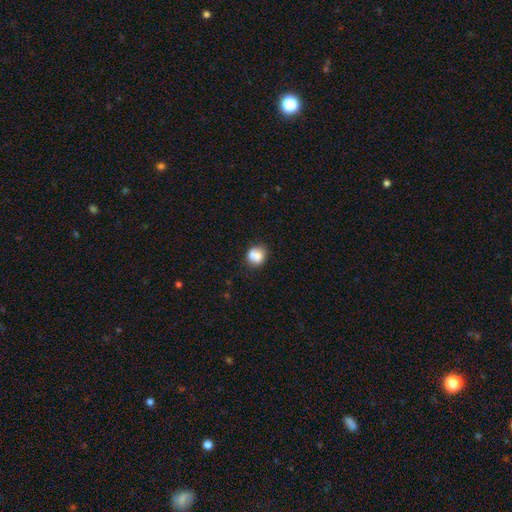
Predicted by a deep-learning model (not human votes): Morphology: type=smooth (75%); roundness=round (75%); merging=none (47%).